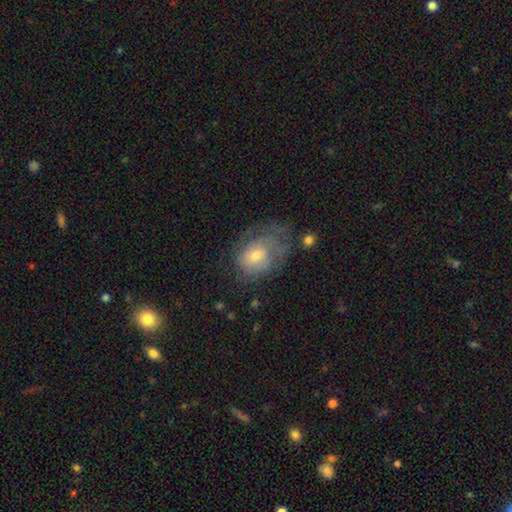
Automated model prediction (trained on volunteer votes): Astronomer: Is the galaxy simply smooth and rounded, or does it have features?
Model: featured or disk — 50% (runner-up: smooth, 41%).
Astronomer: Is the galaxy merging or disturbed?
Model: none — 40% (runner-up: major disturbance, 30%).